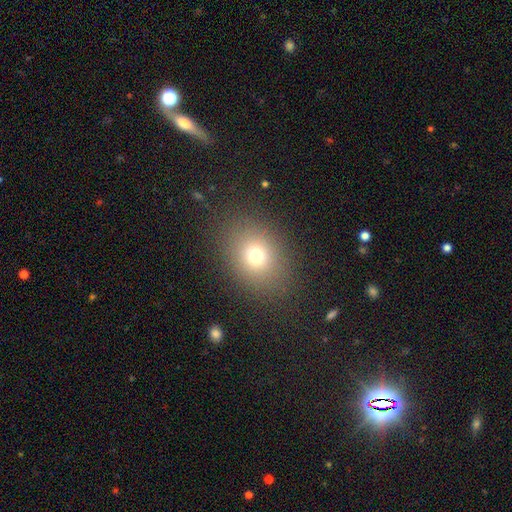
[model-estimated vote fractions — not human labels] smooth-or-featured: smooth: 72% | star or artifact: 16% | featured or disk: 11%
  how-rounded: round: 50% | in between: 49% | cigar-shaped: 1%
  merging: none: 84% | minor disturbance: 9% | major disturbance: 5% | merger: 1%